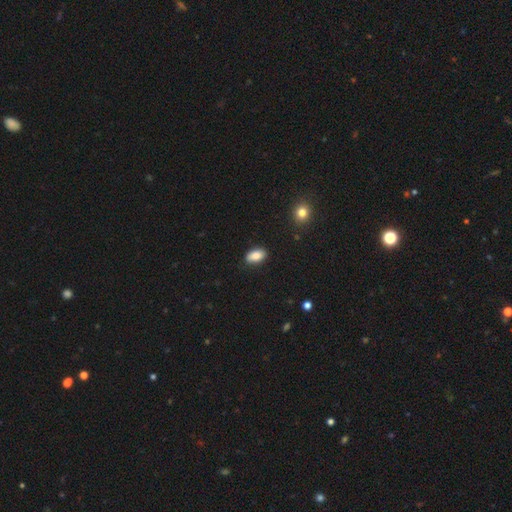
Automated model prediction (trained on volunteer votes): Smooth or featured?
  - smooth: 86% *
  - star or artifact: 8%
  - featured or disk: 6%
How rounded?
  - in between: 92% *
  - round: 5%
  - cigar-shaped: 3%
Merging?
  - none: 85% *
  - minor disturbance: 11%
  - major disturbance: 2%
  - merger: 1%